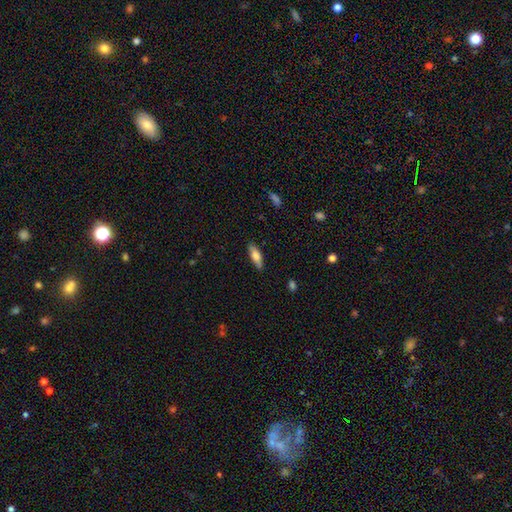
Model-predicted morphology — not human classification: Smooth or featured?
  - smooth: 67% *
  - featured or disk: 26%
  - star or artifact: 6%
How rounded?
  - in between: 53% *
  - cigar-shaped: 45%
  - round: 2%
Merging?
  - none: 85% *
  - minor disturbance: 11%
  - major disturbance: 2%
  - merger: 1%